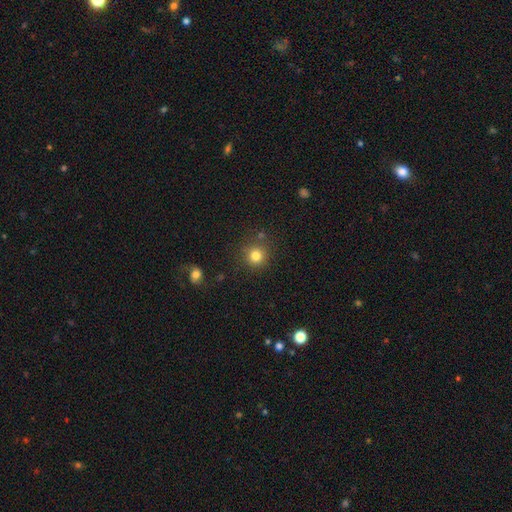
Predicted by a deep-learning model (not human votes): Smooth or featured: smooth — 82% (star or artifact — 12%)
How rounded: round — 93% (in between — 6%)
Merging: none — 82% (minor disturbance — 9%)